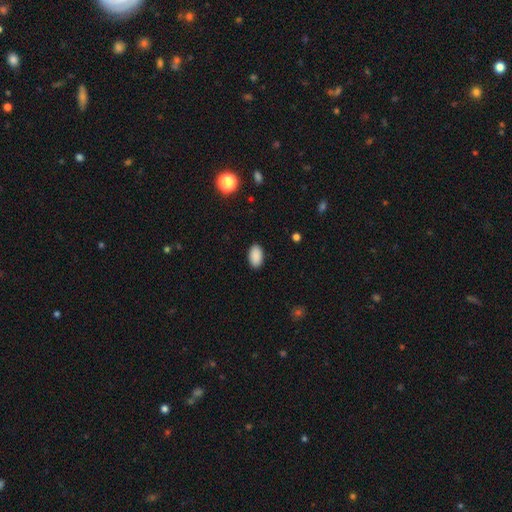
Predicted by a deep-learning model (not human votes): Overall: smooth (90%). How rounded: in between (94%). Merging: none (89%).